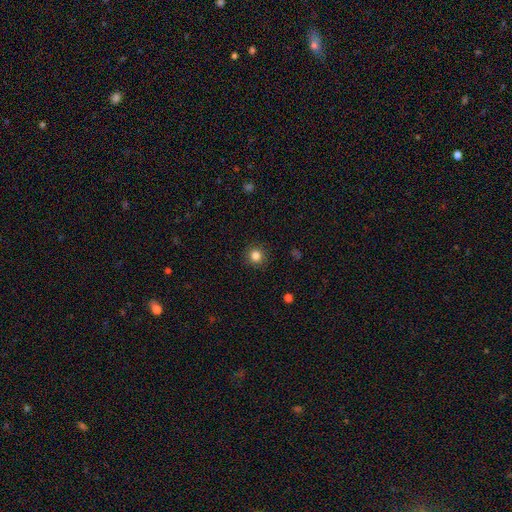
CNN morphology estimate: Q: Smooth or featured?
A: smooth (84%); runner-up: star or artifact (11%)
Q: How rounded?
A: round (92%); runner-up: in between (7%)
Q: Merging?
A: none (90%); runner-up: minor disturbance (6%)